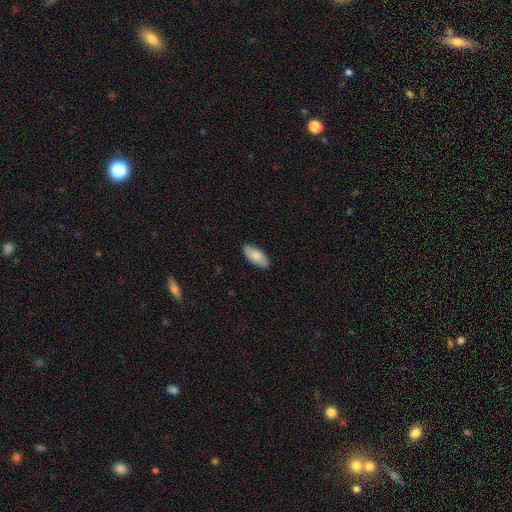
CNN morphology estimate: This appears to be a smooth galaxy with no disk features (85%) that is in between round and cigar-shaped (88%). Merging: none (87%).